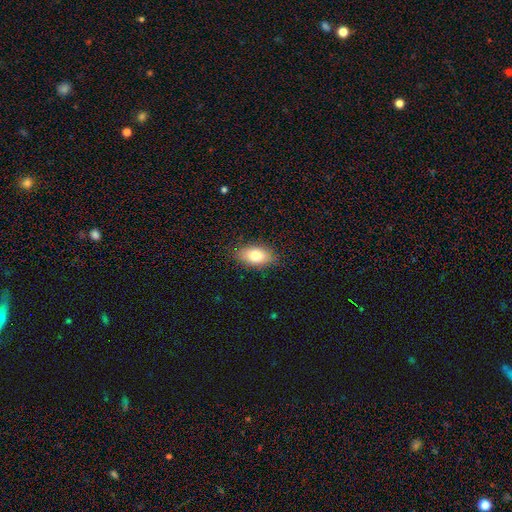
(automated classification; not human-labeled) smooth-or-featured: smooth: 79% | featured or disk: 13% | star or artifact: 8%
  how-rounded: in between: 90% | round: 7% | cigar-shaped: 3%
  merging: none: 85% | minor disturbance: 11% | major disturbance: 2% | merger: 1%